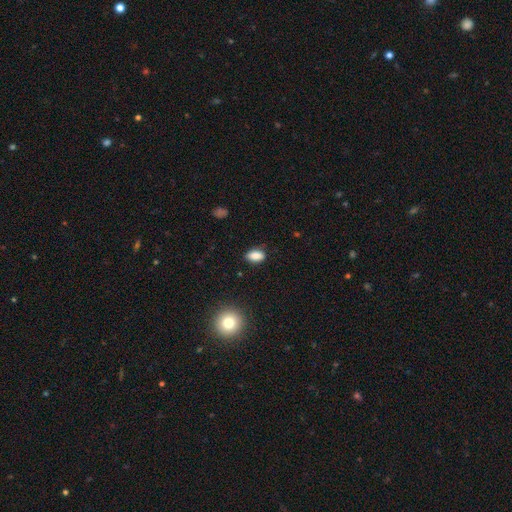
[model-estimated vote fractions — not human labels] Morphology: type=smooth (86%); roundness=in between (87%); merging=none (84%).